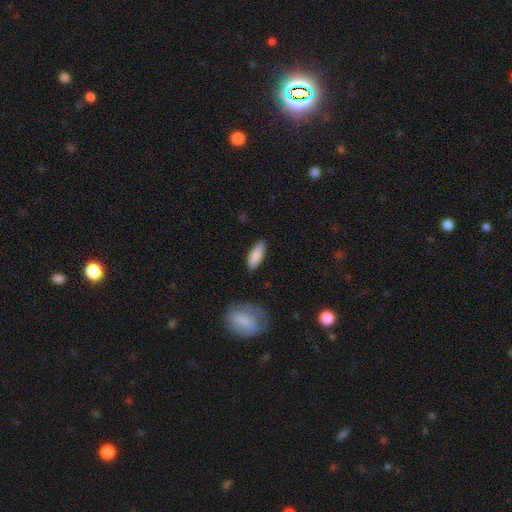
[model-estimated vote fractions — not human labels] Smooth or featured?
  - smooth: 86% *
  - featured or disk: 8%
  - star or artifact: 6%
How rounded?
  - in between: 63% *
  - cigar-shaped: 35%
  - round: 2%
Merging?
  - none: 85% *
  - minor disturbance: 11%
  - major disturbance: 2%
  - merger: 2%